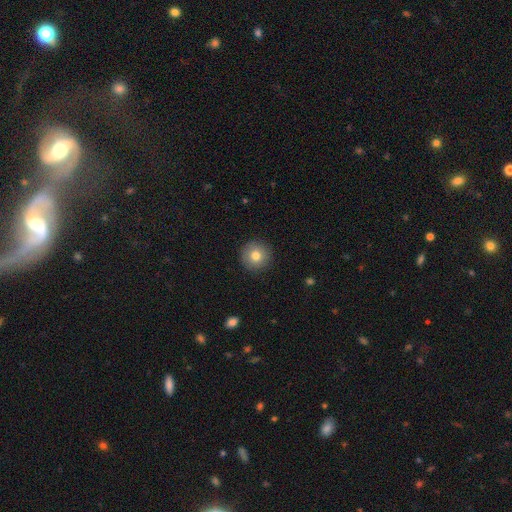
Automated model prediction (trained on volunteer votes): A smooth galaxy with no disk features (79%) that is round (96%).

Vote fractions:
- Smooth or featured? smooth: 79% / featured or disk: 12% / star or artifact: 9%
- How rounded? round: 96% / in between: 3% / cigar-shaped: 1%
- Merging? none: 91% / minor disturbance: 6% / major disturbance: 2% / merger: 1%